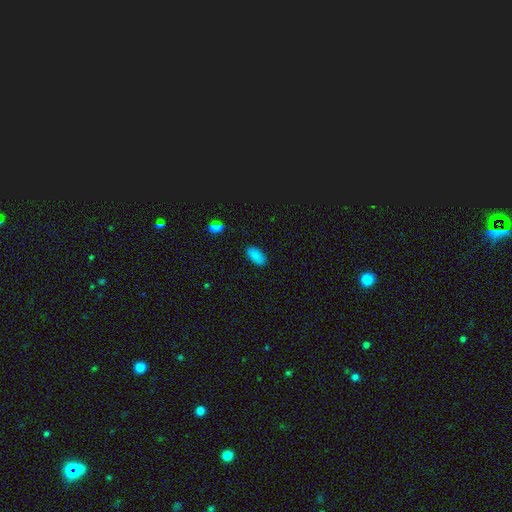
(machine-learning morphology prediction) Smooth or featured? smooth (85%)
How rounded? in between (93%)
Merging? none (86%)